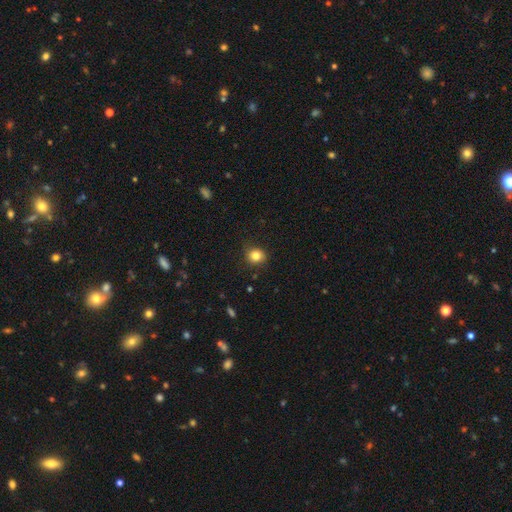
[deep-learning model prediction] The model was most divided on "how rounded": round: 78%, in between: 21%, cigar-shaped: 1%. More confident: merging — none (84%); smooth or featured — smooth (83%).